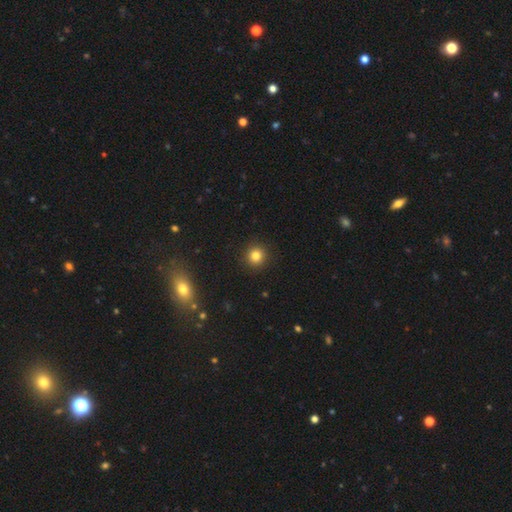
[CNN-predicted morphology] Smooth or featured?
  - smooth: 82% *
  - star or artifact: 13%
  - featured or disk: 6%
How rounded?
  - round: 93% *
  - in between: 6%
  - cigar-shaped: 1%
Merging?
  - none: 92% *
  - minor disturbance: 5%
  - major disturbance: 2%
  - merger: 1%